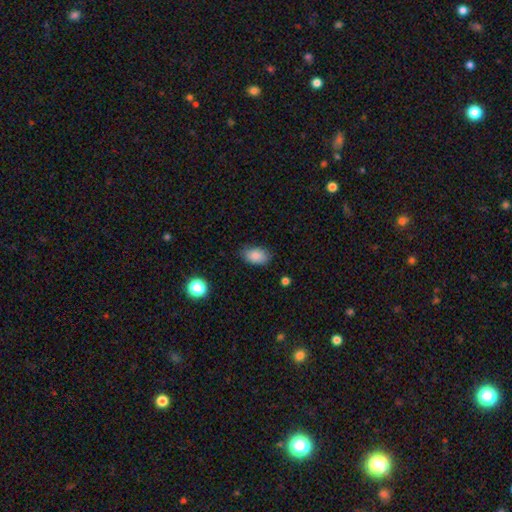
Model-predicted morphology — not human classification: A smooth galaxy with no disk features (86%) that is in between round and cigar-shaped (90%).

Vote fractions:
- Smooth or featured? smooth: 86% / star or artifact: 8% / featured or disk: 5%
- How rounded? in between: 90% / round: 8% / cigar-shaped: 1%
- Merging? none: 82% / minor disturbance: 14% / major disturbance: 3% / merger: 1%